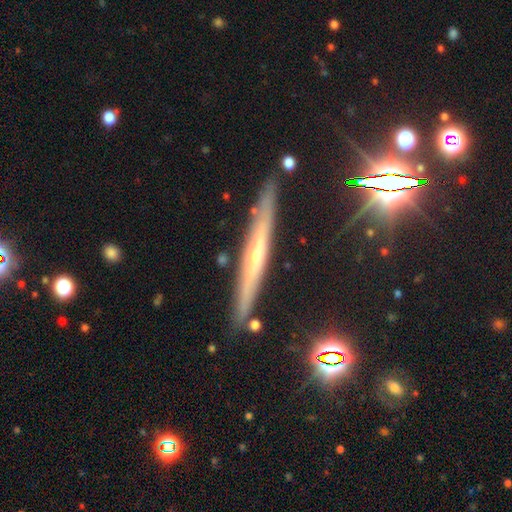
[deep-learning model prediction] smooth-or-featured: featured or disk: 65% | smooth: 23% | star or artifact: 11%
  disk-edge-on: yes: 94% | no: 6%
    edge-on-bulge: rounded: 51% | none: 45% | boxy: 5%
  merging: none: 87% | minor disturbance: 10% | merger: 2% | major disturbance: 2%